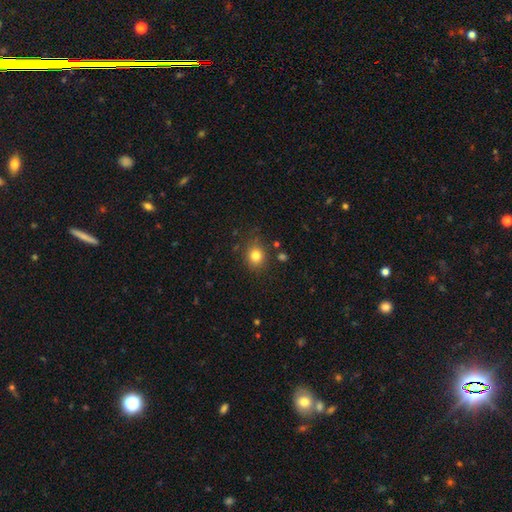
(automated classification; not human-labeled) smooth_or_featured: smooth (p=0.81) [alt: star or artifact p=0.12]
how_rounded: round (p=0.73) [alt: in between p=0.26]
merging: none (p=0.80) [alt: minor disturbance p=0.13]